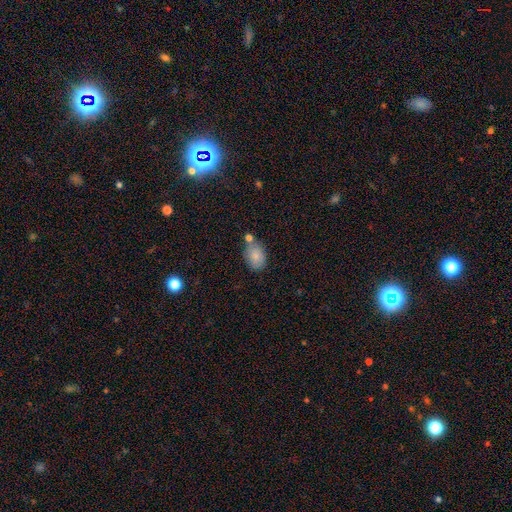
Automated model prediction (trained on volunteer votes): Q: Smooth or featured?
A: smooth (82%); runner-up: featured or disk (10%)
Q: How rounded?
A: in between (83%); runner-up: round (15%)
Q: Merging?
A: none (63%); runner-up: minor disturbance (18%)